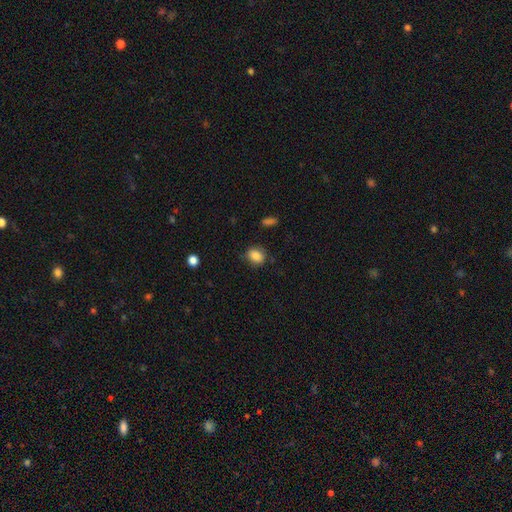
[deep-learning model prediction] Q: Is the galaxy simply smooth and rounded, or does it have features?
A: smooth — 86%.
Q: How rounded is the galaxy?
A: in between — 57%.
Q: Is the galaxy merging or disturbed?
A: none — 77%.